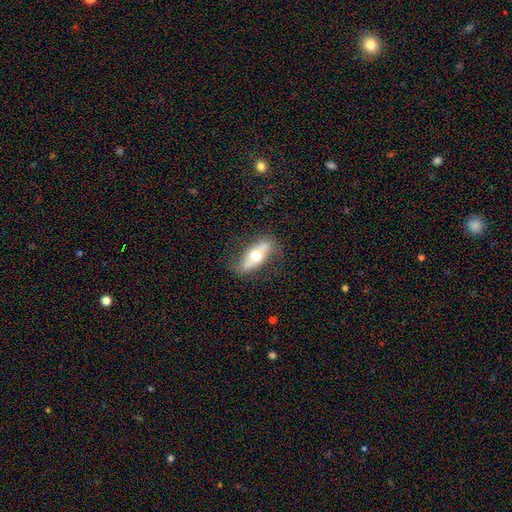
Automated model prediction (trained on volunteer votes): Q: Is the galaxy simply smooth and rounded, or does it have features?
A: featured or disk — 54%.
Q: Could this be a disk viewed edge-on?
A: no — 67%.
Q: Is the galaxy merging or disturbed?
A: none — 74%.